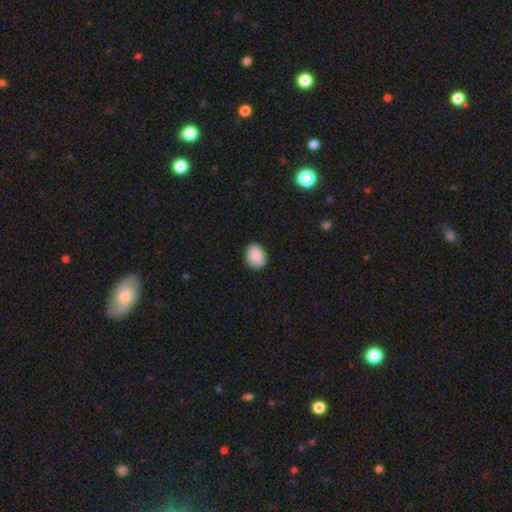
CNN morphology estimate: This is clearly a smooth galaxy (89%). How rounded: possibly in between (56%). Merging: clearly none (88%).